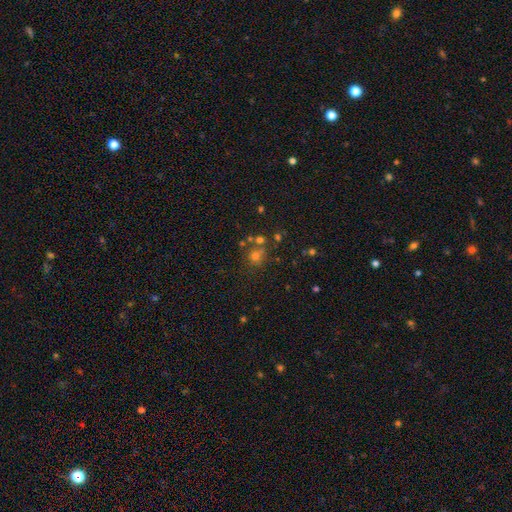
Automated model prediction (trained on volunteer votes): Smooth or featured?
  - smooth: 56% *
  - star or artifact: 31%
  - featured or disk: 12%
How rounded?
  - round: 84% *
  - in between: 15%
  - cigar-shaped: 1%
Merging?
  - none: 62% *
  - merger: 23%
  - minor disturbance: 10%
  - major disturbance: 5%